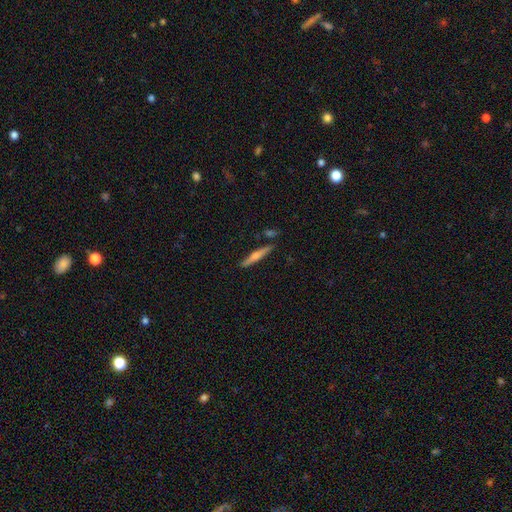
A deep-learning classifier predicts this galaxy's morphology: A featured or disk galaxy (59%) viewed edge-on (97%) with a rounded central bulge (83%).

Vote fractions:
- Smooth or featured? featured or disk: 59% / smooth: 35% / star or artifact: 6%
- Edge-on disk? yes: 97% / no: 3%
- Edge-on bulge? rounded: 83% / none: 11% / boxy: 6%
- Merging? none: 85% / minor disturbance: 9% / merger: 4% / major disturbance: 2%